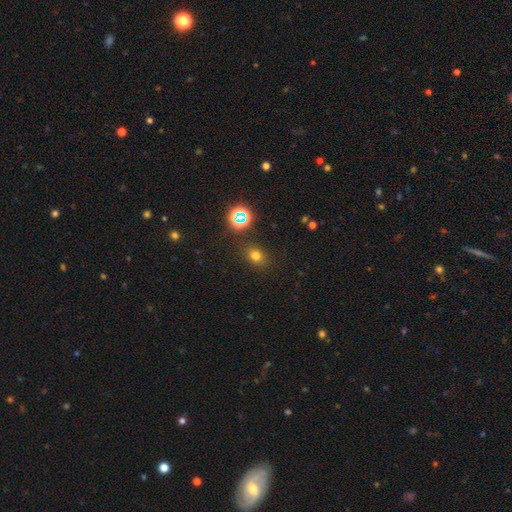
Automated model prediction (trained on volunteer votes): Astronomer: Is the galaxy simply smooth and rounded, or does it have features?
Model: smooth — 71%.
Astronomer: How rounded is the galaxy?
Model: round — 59% (runner-up: in between, 40%).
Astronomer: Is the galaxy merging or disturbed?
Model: none — 85%.